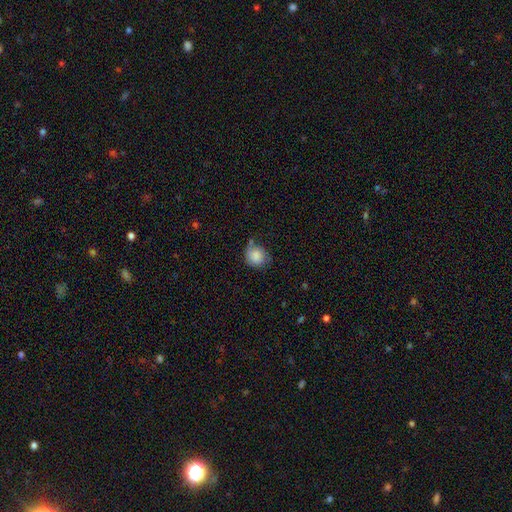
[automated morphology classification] smooth_or_featured: smooth (p=0.83) [alt: featured or disk p=0.09]
how_rounded: round (p=0.79) [alt: in between p=0.20]
merging: none (p=0.57) [alt: minor disturbance p=0.29]